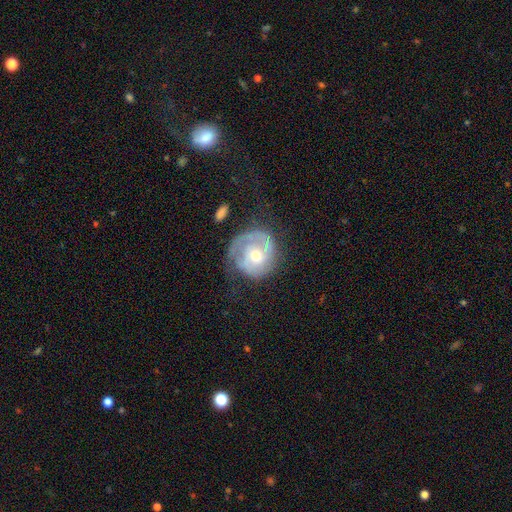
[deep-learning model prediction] smooth_or_featured: featured or disk (p=0.75) [alt: smooth p=0.18]
disk_edge_on: no (p=0.97) [alt: yes p=0.03]
bar: no (p=0.70) [alt: weak p=0.25]
has_spiral_arms: yes (p=0.86) [alt: no p=0.14]
spiral_winding: tight (p=0.53) [alt: medium p=0.33]
spiral_arm_count: 2 (p=0.41) [alt: can't tell p=0.25]
bulge_size: moderate (p=0.66) [alt: small p=0.28]
merging: none (p=0.56) [alt: minor disturbance p=0.24]